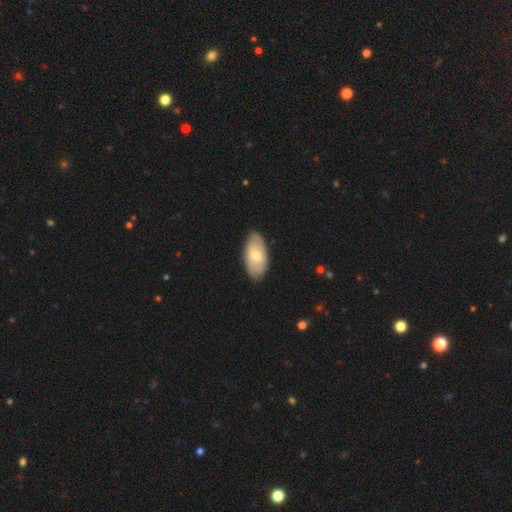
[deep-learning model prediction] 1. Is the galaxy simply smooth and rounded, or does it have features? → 60% smooth, 34% featured or disk, 5% star or artifact.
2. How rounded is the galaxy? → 93% in between, 4% cigar-shaped, 3% round.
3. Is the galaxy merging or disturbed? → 82% none, 14% minor disturbance, 3% major disturbance, 1% merger.